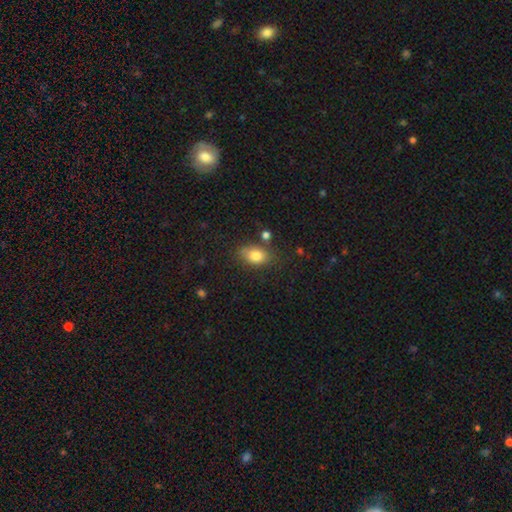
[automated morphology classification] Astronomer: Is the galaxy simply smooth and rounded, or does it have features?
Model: smooth — 81%.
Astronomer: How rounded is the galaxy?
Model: in between — 83%.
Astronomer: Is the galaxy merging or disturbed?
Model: none — 69%.